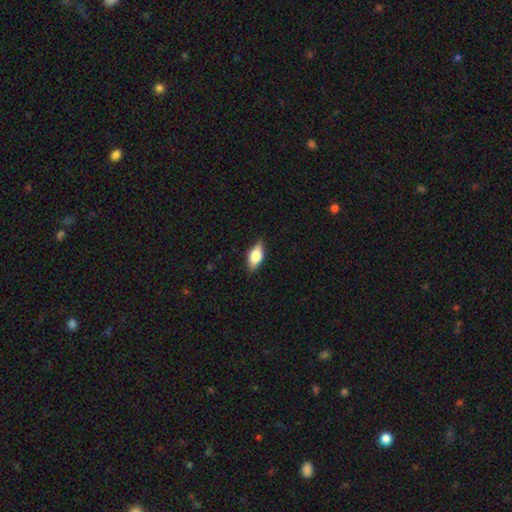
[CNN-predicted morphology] A smooth galaxy with no disk features (61%) that is in between round and cigar-shaped (83%). Merging: none (84%).